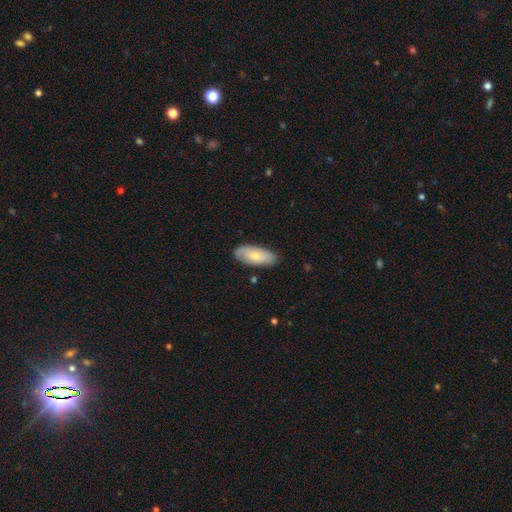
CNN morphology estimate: Smooth or featured? smooth (70%)
How rounded? in between (87%)
Merging? none (80%)